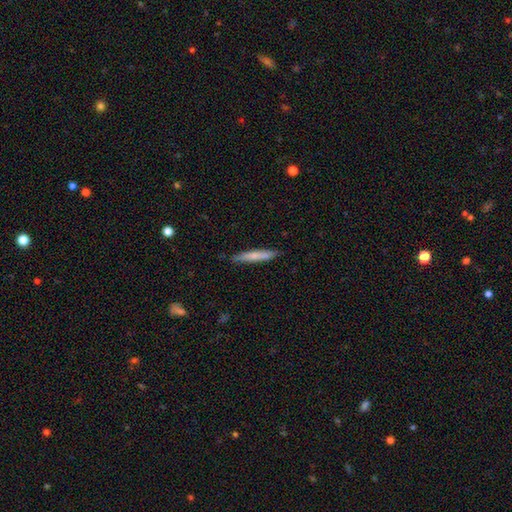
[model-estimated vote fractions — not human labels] This is likely a smooth galaxy (72%). How rounded: clearly cigar-shaped (94%). Merging: clearly none (87%).